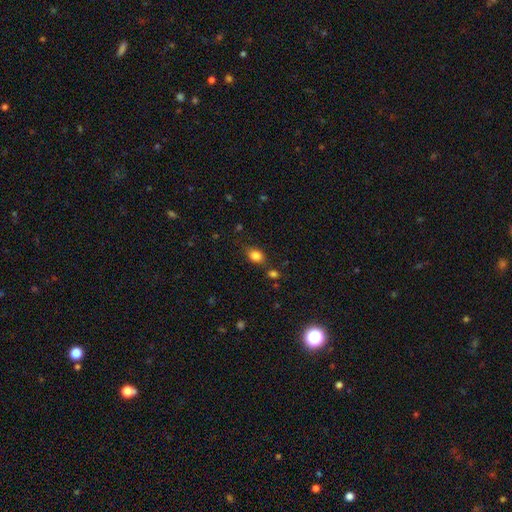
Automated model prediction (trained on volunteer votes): Morphology: type=smooth (83%); roundness=in between (66%); merging=none (73%).